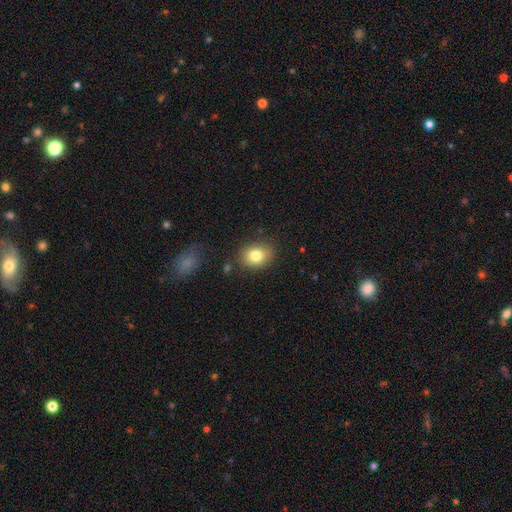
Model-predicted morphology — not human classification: type=smooth (81%); roundness=in between (54%); merging=none (82%).